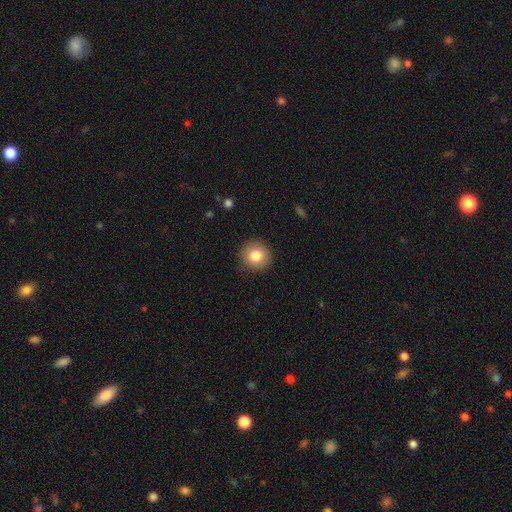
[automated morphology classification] Q: Smooth or featured?
A: smooth (81%); runner-up: featured or disk (10%)
Q: How rounded?
A: round (93%); runner-up: in between (6%)
Q: Merging?
A: none (90%); runner-up: minor disturbance (7%)